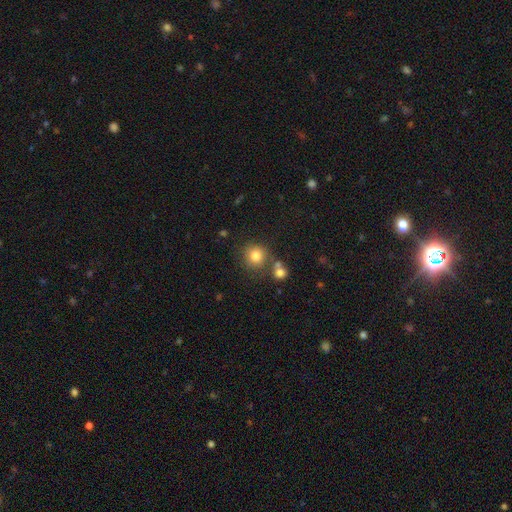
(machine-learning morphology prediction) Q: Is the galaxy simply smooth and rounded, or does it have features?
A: smooth — 81%.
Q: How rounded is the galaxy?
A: round — 90%.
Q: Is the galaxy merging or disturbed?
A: none — 72%.